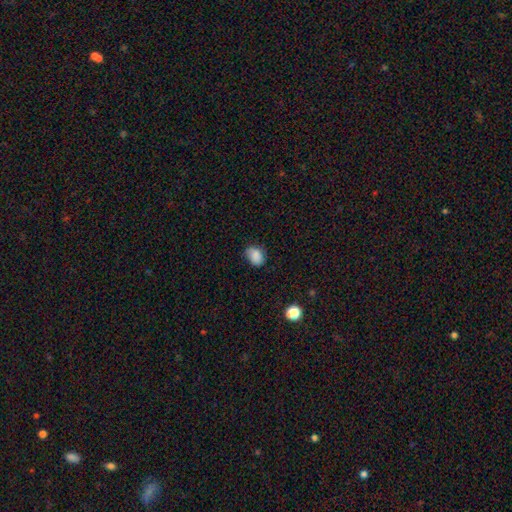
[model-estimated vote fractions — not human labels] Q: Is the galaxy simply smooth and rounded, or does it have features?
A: smooth — 84%.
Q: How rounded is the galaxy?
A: in between — 64%.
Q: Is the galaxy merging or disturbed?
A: none — 62%.